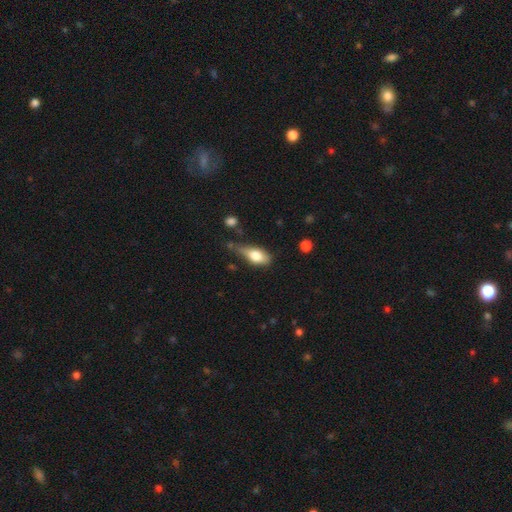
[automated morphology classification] type=smooth (73%); roundness=in between (79%); merging=none (38%, tied with minor disturbance).